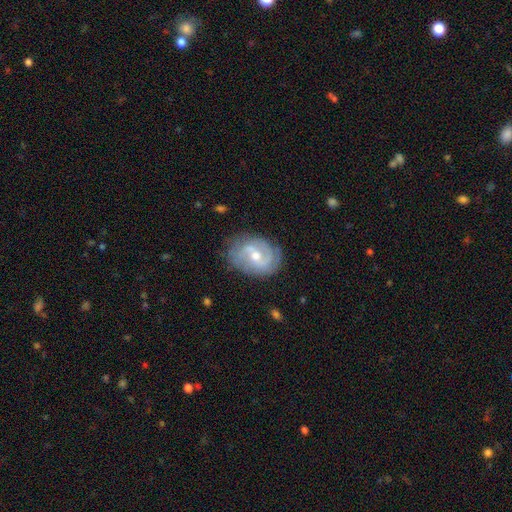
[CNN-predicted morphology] This is clearly a featured or disk galaxy (81%). It is clearly not viewed edge-on (97%). Bar: possibly weak (54%). Spiral arm pattern: clearly yes (91%). Spiral arm count: likely 2 (66%). Spiral winding: marginally tight (42%). Central bulge: likely moderate (64%). Merging: likely none (75%).